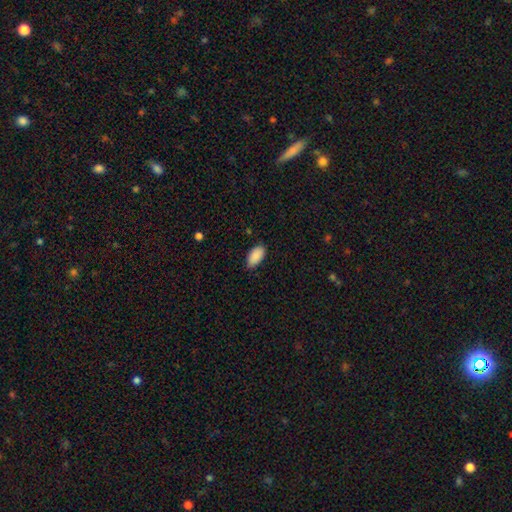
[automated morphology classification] A smooth galaxy with no disk features (90%) that is in between round and cigar-shaped (95%).

Vote fractions:
- Smooth or featured? smooth: 90% / star or artifact: 6% / featured or disk: 3%
- How rounded? in between: 95% / cigar-shaped: 3% / round: 2%
- Merging? none: 84% / minor disturbance: 13% / major disturbance: 2% / merger: 1%